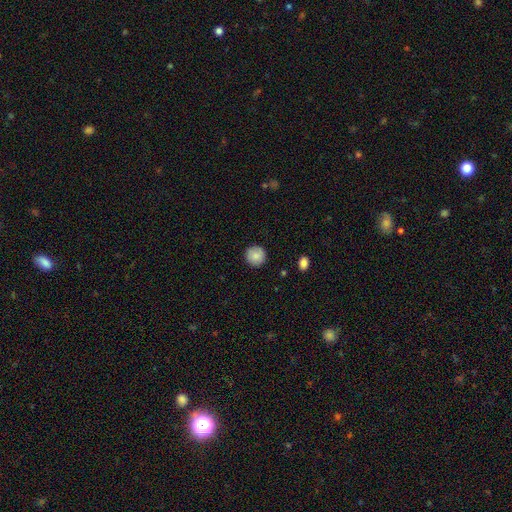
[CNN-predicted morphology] This is clearly a smooth galaxy (86%). How rounded: clearly round (94%). Merging: clearly none (89%).